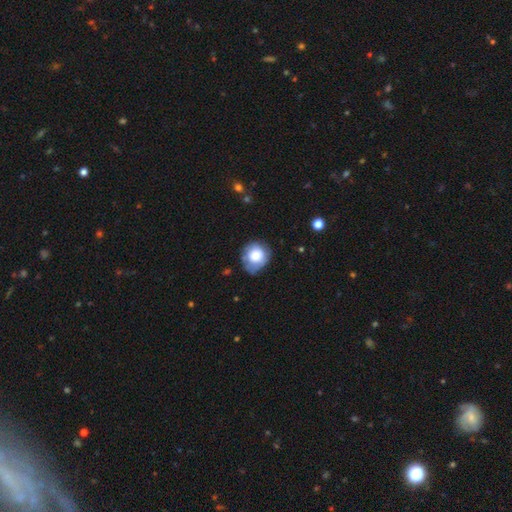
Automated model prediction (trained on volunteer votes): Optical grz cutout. It shows a smooth galaxy with no disk features (70%) that is round (78%). Merging: none (61%).